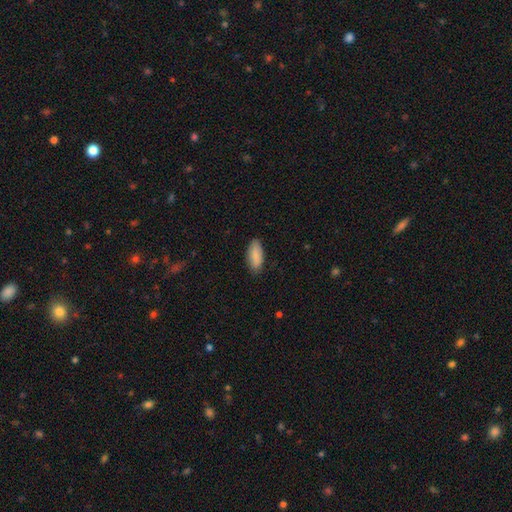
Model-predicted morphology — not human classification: A smooth galaxy with no disk features (88%) that is in between round and cigar-shaped (85%). Merging: none (83%).